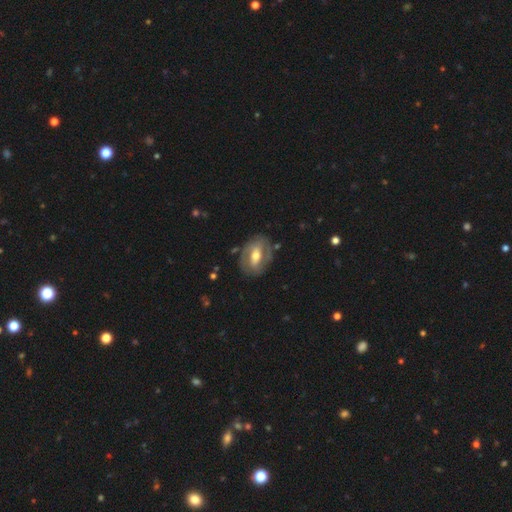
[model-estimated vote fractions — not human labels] smooth-or-featured: featured or disk: 61% | smooth: 33% | star or artifact: 6%
  disk-edge-on: no: 90% | yes: 10%
    bar: strong: 41% | weak: 33% | no: 27%
    has-spiral-arms: no: 62% | yes: 38%
    bulge-size: moderate: 69% | small: 19% | large: 10% | dominant: 1% | none: 1%
  merging: none: 76% | minor disturbance: 16% | major disturbance: 6% | merger: 3%